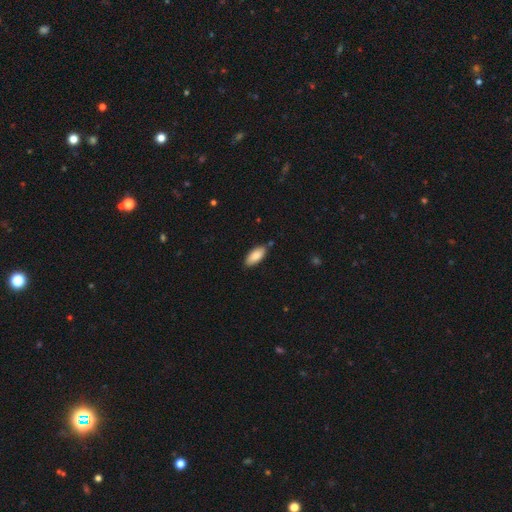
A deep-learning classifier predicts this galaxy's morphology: A smooth galaxy with no disk features (85%) that is in between round and cigar-shaped (88%). Merging: none (81%).